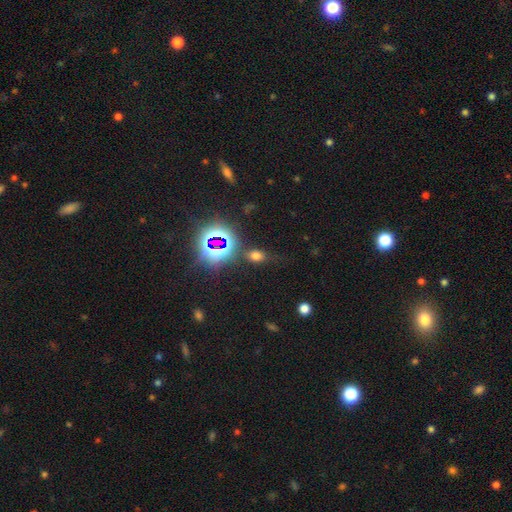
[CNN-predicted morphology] Smooth or featured?
  - smooth: 57% *
  - star or artifact: 35%
  - featured or disk: 8%
How rounded?
  - in between: 74% *
  - round: 23%
  - cigar-shaped: 3%
Merging?
  - none: 74% *
  - minor disturbance: 14%
  - major disturbance: 6%
  - merger: 5%